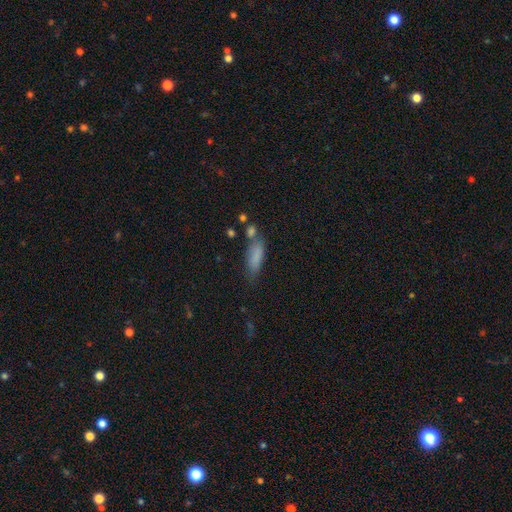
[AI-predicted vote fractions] Morphology: type=smooth (81%); roundness=in between (62%); merging=none (53%).